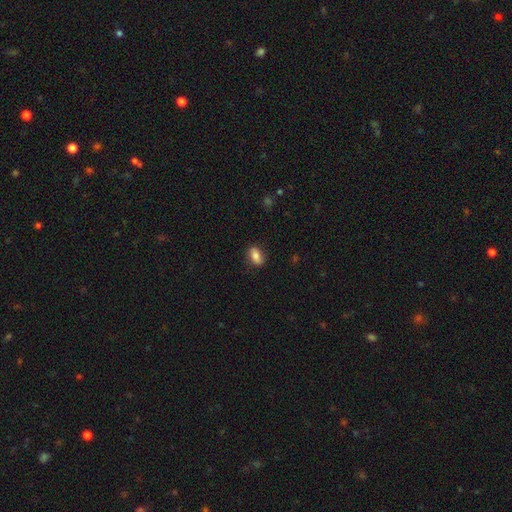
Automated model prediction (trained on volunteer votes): smooth 80%, featured or disk 12%, star or artifact 8%. Down the decision tree: how rounded — in between (85%); merging — none (83%).